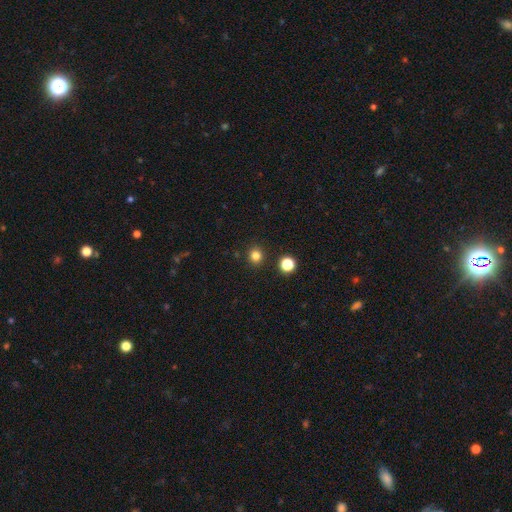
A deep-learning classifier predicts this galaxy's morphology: This is clearly a smooth galaxy (81%). How rounded: clearly round (89%). Merging: clearly none (90%).